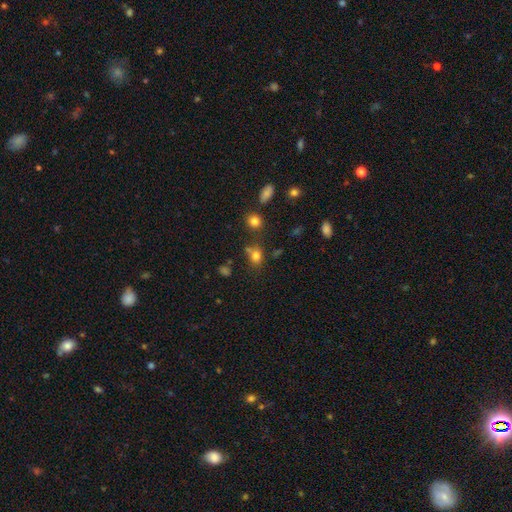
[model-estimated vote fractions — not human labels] smooth-or-featured: smooth: 77% | star or artifact: 15% | featured or disk: 8%
  how-rounded: round: 52% | in between: 47% | cigar-shaped: 1%
  merging: none: 62% | merger: 17% | minor disturbance: 15% | major disturbance: 6%